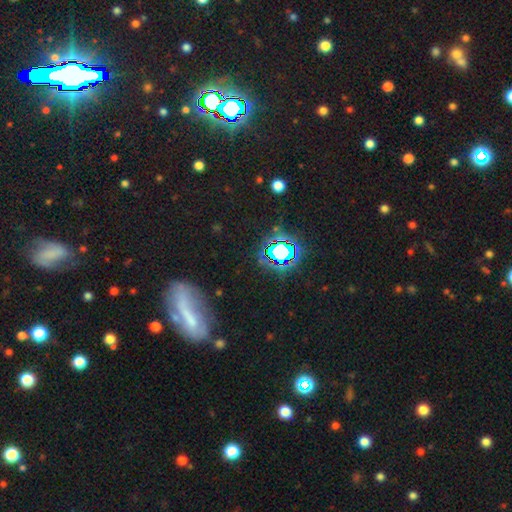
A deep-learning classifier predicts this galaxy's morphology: smooth_or_featured: star or artifact (p=0.54) [alt: featured or disk p=0.23]